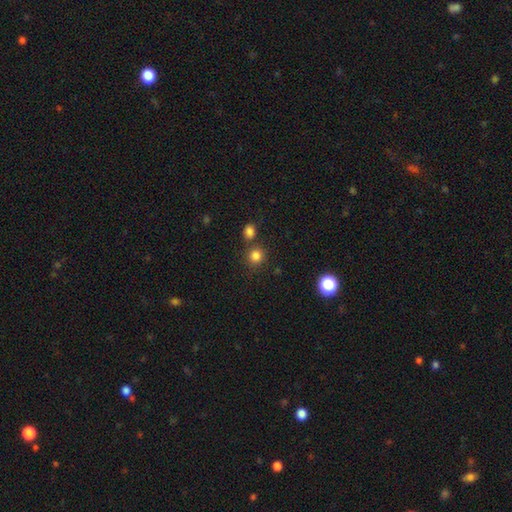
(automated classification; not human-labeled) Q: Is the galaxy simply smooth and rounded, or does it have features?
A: smooth — 82%.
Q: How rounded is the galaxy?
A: round — 88%.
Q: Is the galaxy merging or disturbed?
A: none — 74%.